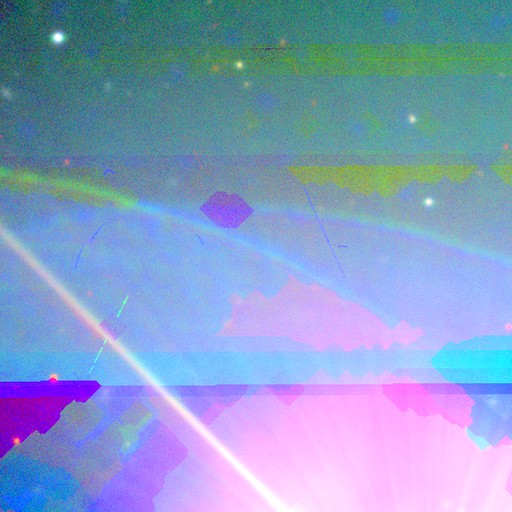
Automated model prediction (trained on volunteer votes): This appears to be a star or artifact, not a galaxy (86%).